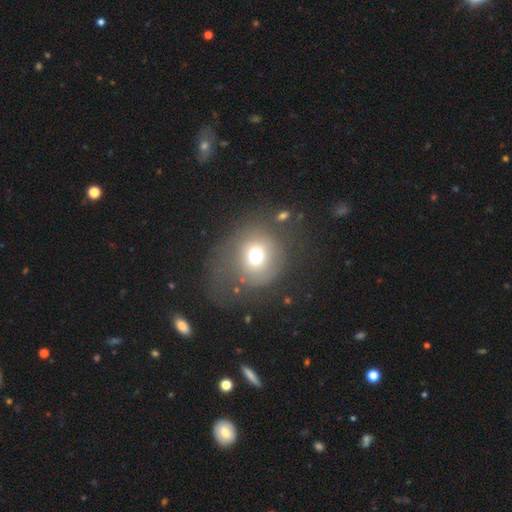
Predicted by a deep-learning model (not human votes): A smooth galaxy with no disk features (67%) that is round (85%). Merging: none (52%).